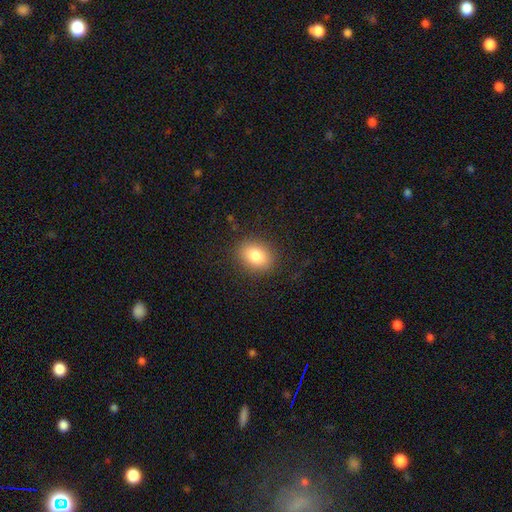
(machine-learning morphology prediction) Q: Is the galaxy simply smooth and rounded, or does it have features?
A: smooth — 83%.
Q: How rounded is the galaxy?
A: in between — 57%.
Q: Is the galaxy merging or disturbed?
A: none — 87%.